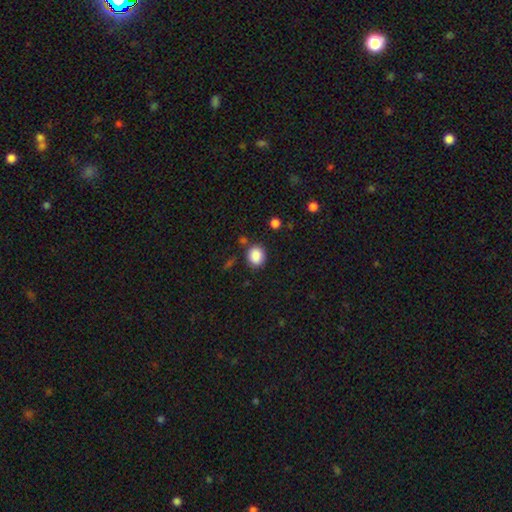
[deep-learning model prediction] A smooth galaxy with no disk features (88%) that is round (68%).

Vote fractions:
- Smooth or featured? smooth: 88% / star or artifact: 9% / featured or disk: 3%
- How rounded? round: 68% / in between: 31% / cigar-shaped: 1%
- Merging? none: 81% / minor disturbance: 11% / merger: 5% / major disturbance: 3%